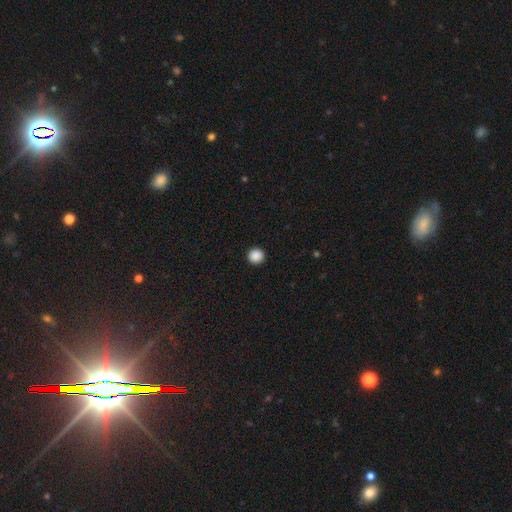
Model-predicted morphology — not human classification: Overall: smooth (88%). How rounded: round (94%). Merging: none (93%).